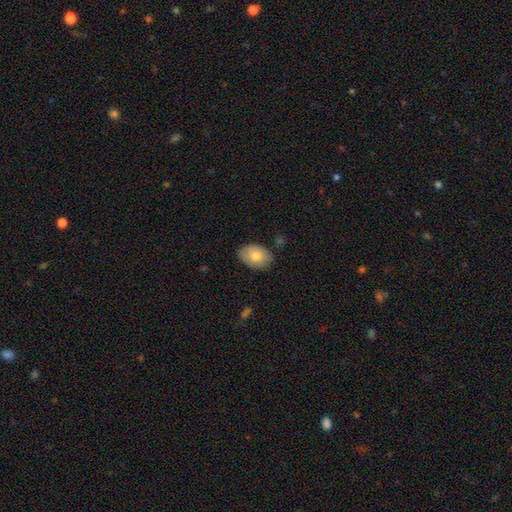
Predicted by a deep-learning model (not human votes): Morphology: type=smooth (78%); roundness=in between (82%); merging=none (78%).